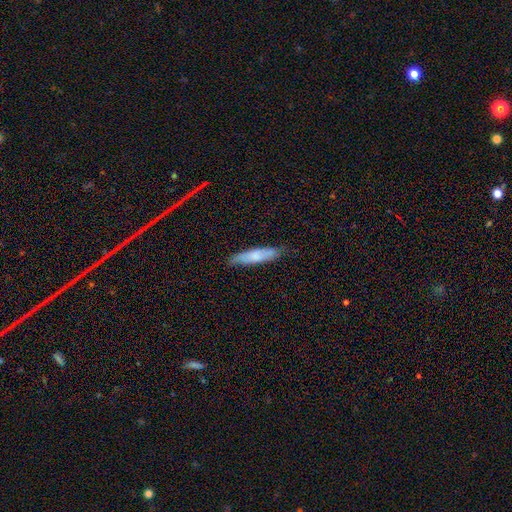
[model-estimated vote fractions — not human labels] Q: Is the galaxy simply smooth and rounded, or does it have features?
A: smooth — 68%.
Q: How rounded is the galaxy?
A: cigar-shaped — 77%.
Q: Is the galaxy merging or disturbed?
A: none — 76%.